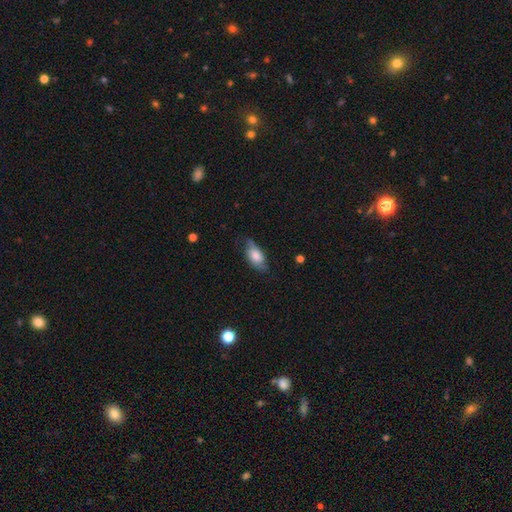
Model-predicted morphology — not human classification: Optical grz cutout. It shows a smooth galaxy with no disk features (54%) that is in between round and cigar-shaped (88%). Merging: none (61%).